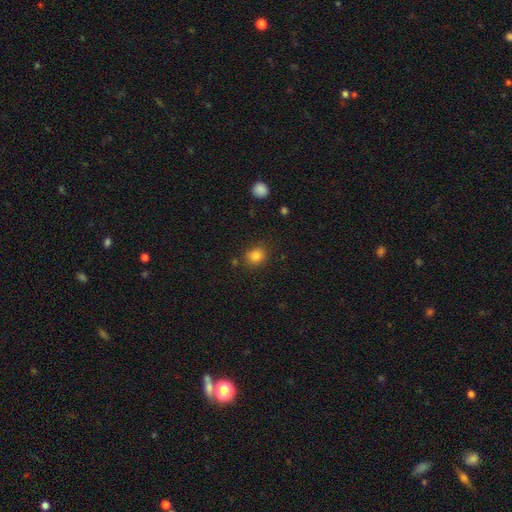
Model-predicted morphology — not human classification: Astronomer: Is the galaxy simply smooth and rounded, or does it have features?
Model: smooth — 83%.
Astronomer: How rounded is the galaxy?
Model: round — 66%.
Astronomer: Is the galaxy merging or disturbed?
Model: none — 82%.